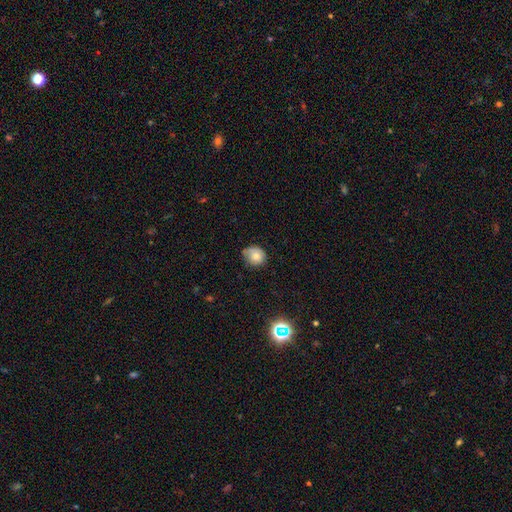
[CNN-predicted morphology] Overall: smooth (76%). How rounded: round (73%). Merging: none (59%; minor disturbance 32%).